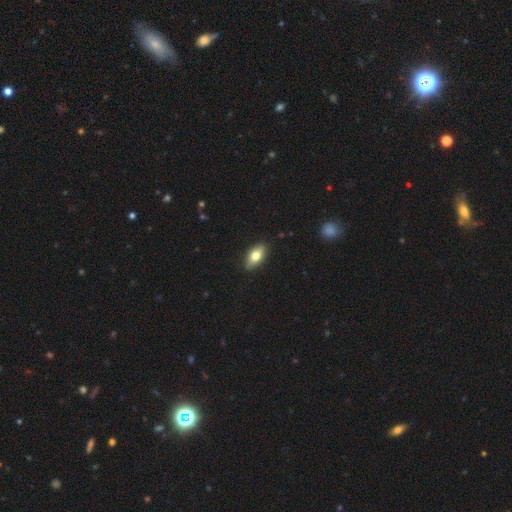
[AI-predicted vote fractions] smooth-or-featured: smooth: 76% | featured or disk: 17% | star or artifact: 7%
  how-rounded: in between: 89% | cigar-shaped: 6% | round: 5%
  merging: none: 86% | minor disturbance: 11% | major disturbance: 2% | merger: 1%